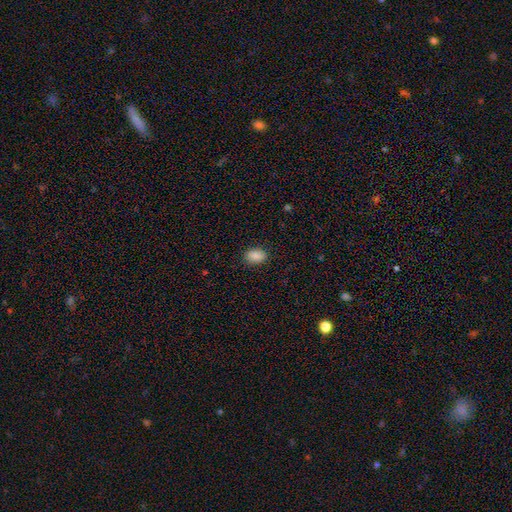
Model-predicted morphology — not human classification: Smooth or featured: smooth — 88% (star or artifact — 8%)
How rounded: in between — 80% (round — 19%)
Merging: none — 88% (minor disturbance — 9%)